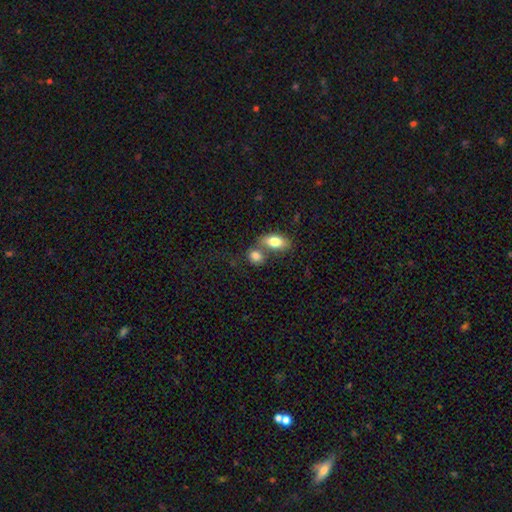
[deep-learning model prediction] Smooth or featured? smooth (81%)
How rounded? in between (63%)
Merging? merger (49%)